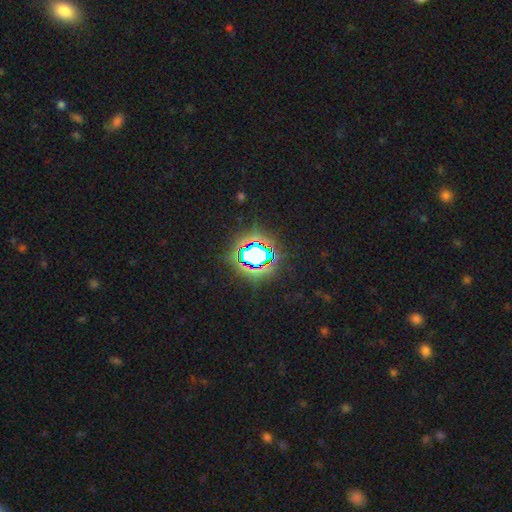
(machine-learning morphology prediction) A star or artifact, not a galaxy (74%).

Vote fractions:
- Smooth or featured? star or artifact: 74% / smooth: 15% / featured or disk: 11%